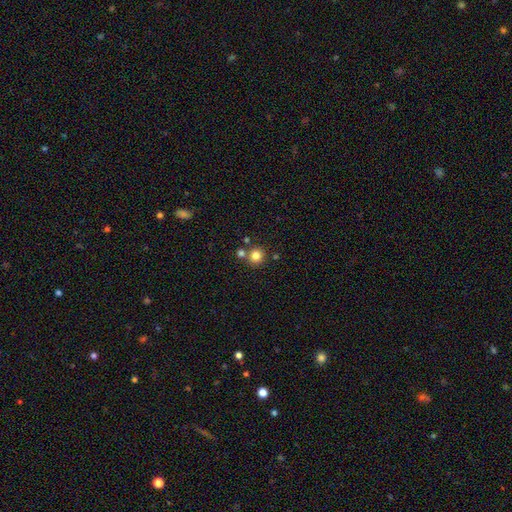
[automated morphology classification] A smooth galaxy with no disk features (82%) that is round (93%). Merging: none (73%).